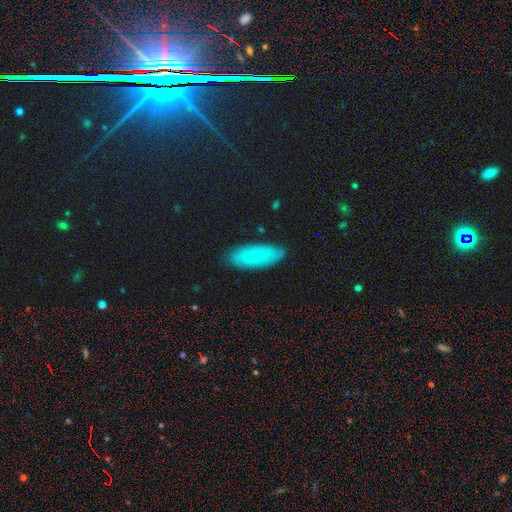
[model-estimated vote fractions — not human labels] smooth 57%, featured or disk 27%, star or artifact 16%. Down the decision tree: how rounded — in between (83%); merging — none (83%).